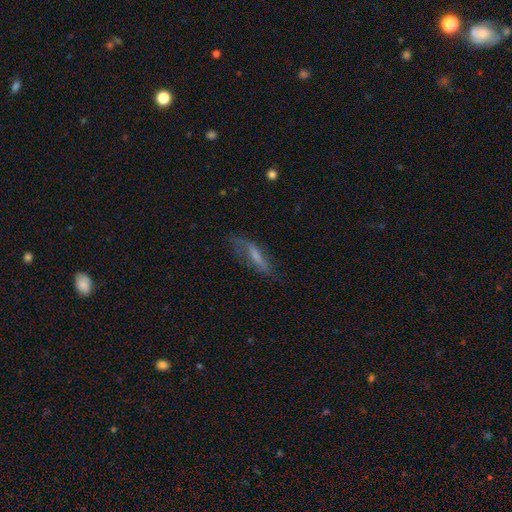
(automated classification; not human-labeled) Smooth or featured? featured or disk (50%)
Edge-on disk? no (65%)
Merging? none (57%)